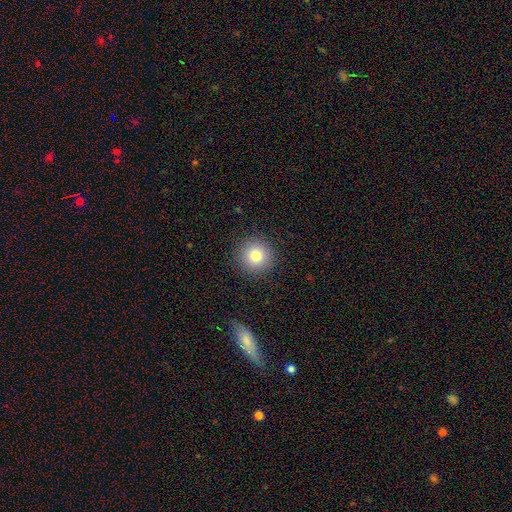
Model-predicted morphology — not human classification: A smooth galaxy with no disk features (81%) that is round (95%). Merging: none (91%).